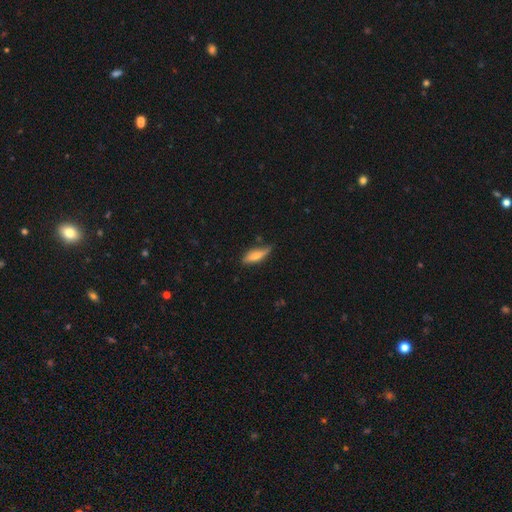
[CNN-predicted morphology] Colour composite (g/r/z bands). It shows a smooth galaxy with no disk features (61%) that is cigar-shaped (58%). Merging: none (69%).